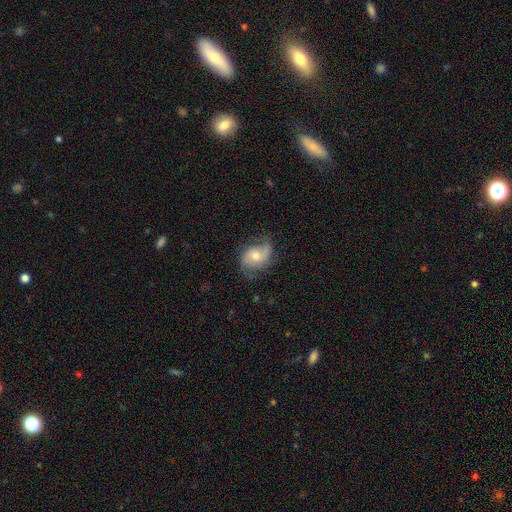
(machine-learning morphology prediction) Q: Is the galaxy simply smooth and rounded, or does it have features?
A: featured or disk — 61%.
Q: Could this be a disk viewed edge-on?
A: no — 96%.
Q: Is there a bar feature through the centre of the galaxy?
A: no — 62%.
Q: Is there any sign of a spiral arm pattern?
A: yes — 89%.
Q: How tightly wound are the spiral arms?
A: loose — 50%.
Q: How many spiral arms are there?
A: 2 — 82%.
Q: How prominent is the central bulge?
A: moderate — 61%.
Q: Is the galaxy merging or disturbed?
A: none — 61%.